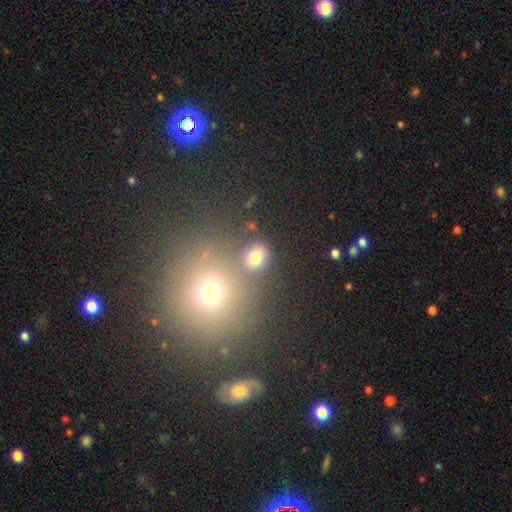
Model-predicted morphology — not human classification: This is likely a smooth galaxy (73%). How rounded: likely round (65%). Merging: likely none (71%).